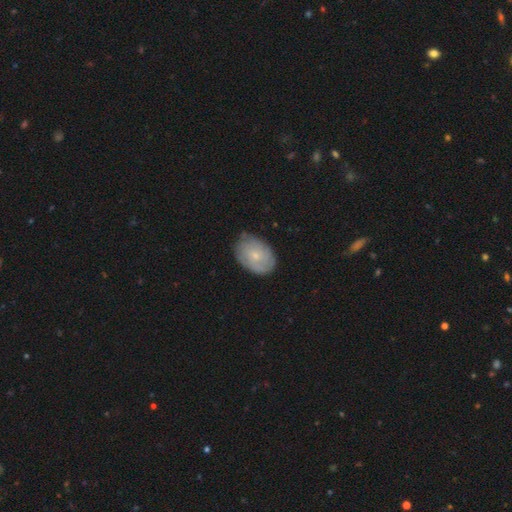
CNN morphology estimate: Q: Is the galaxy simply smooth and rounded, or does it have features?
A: smooth — 49%.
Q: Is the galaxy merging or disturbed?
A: none — 75%.